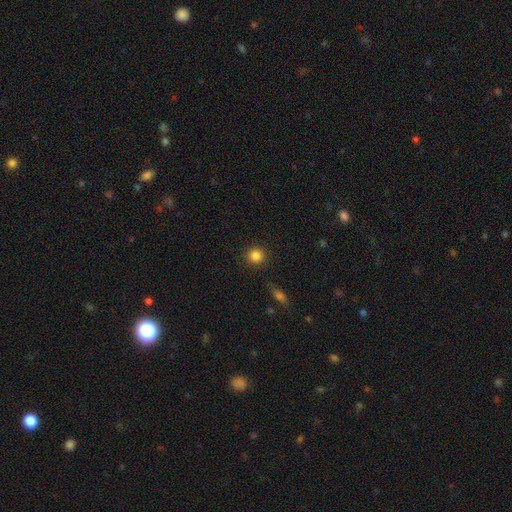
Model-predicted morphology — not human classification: smooth-or-featured: smooth: 85% | star or artifact: 11% | featured or disk: 4%
  how-rounded: round: 94% | in between: 5% | cigar-shaped: 1%
  merging: none: 90% | minor disturbance: 6% | major disturbance: 2% | merger: 2%